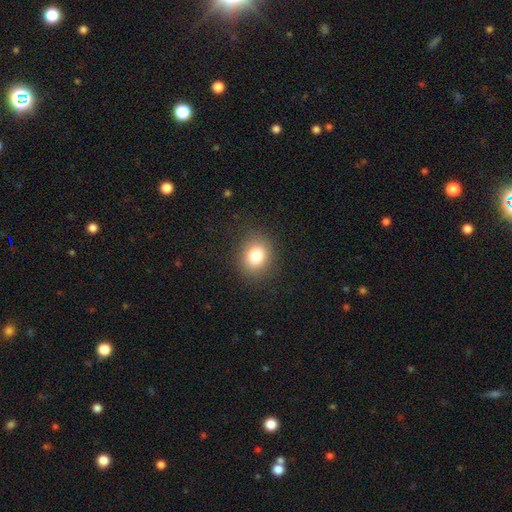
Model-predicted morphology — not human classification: Smooth or featured? Predicted: smooth (p=0.81). How rounded? Predicted: round (p=0.62). Merging? Predicted: none (p=0.87).